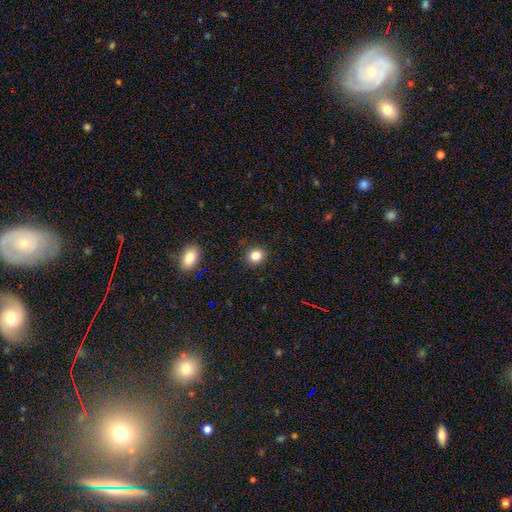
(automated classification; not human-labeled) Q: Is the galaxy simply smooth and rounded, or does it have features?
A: smooth — 84%.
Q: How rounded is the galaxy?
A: round — 80%.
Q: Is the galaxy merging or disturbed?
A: none — 90%.